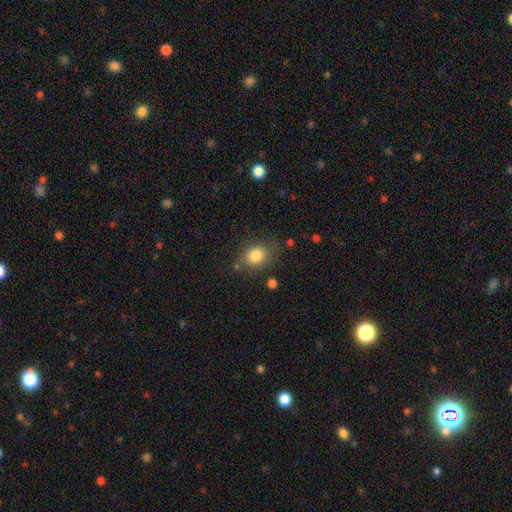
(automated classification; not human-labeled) This appears to be a smooth galaxy with no disk features (82%) that is round (58%). Merging: none (75%).